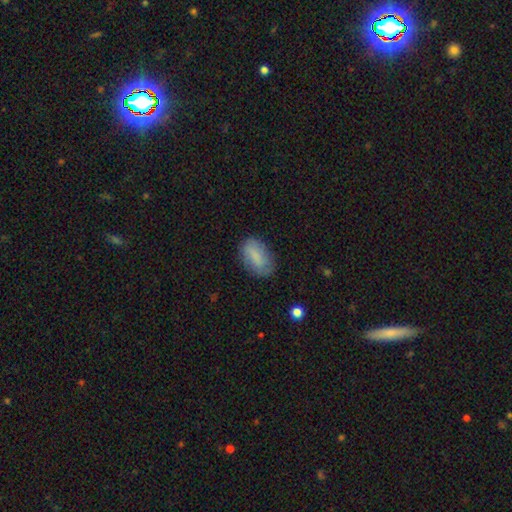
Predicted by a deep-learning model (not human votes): smooth 80%, featured or disk 13%, star or artifact 7%. Down the decision tree: how rounded — in between (92%); merging — none (75%).